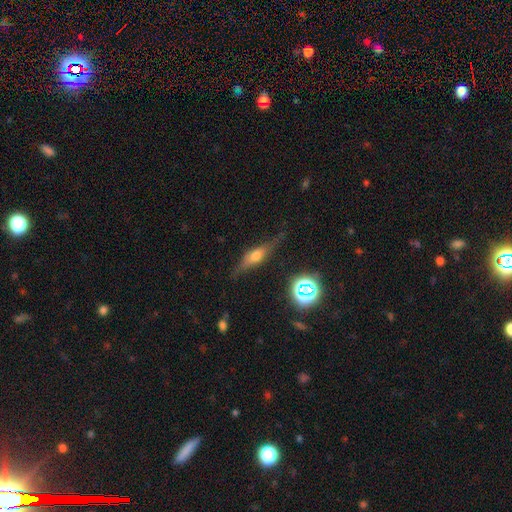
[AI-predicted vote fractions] Smooth or featured: featured or disk — 57% (smooth — 31%)
Edge-on disk: yes — 91% (no — 9%)
Edge-on bulge: rounded — 86% (boxy — 11%)
Merging: none — 76% (minor disturbance — 17%)